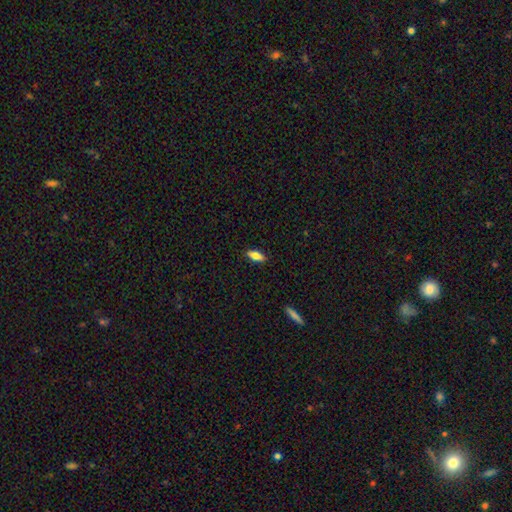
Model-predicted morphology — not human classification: This is clearly a smooth galaxy (80%). How rounded: likely in between (76%). Merging: clearly none (88%).